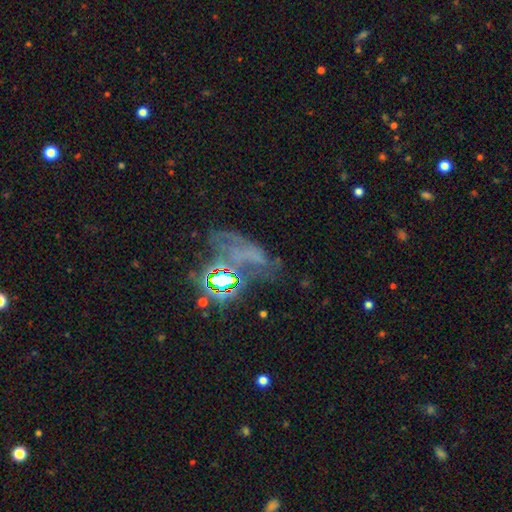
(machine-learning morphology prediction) smooth-or-featured: star or artifact: 37% | featured or disk: 36% | smooth: 26%